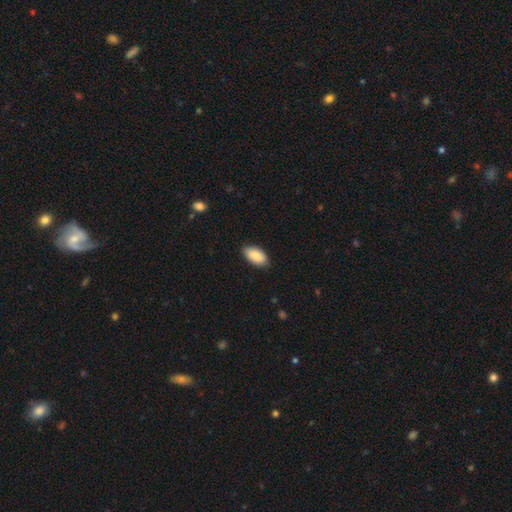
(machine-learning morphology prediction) smooth_or_featured: smooth (p=0.88) [alt: featured or disk p=0.06]
how_rounded: in between (p=0.94) [alt: cigar-shaped p=0.03]
merging: none (p=0.84) [alt: minor disturbance p=0.13]